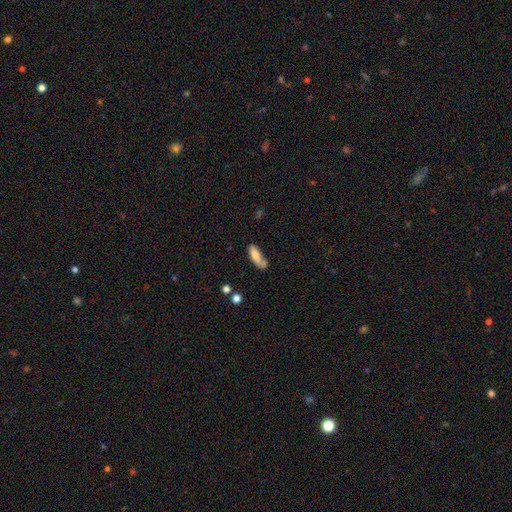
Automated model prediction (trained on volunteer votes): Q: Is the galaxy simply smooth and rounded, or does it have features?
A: smooth — 75%.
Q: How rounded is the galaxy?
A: in between — 60%.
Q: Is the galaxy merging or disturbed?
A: none — 45%.